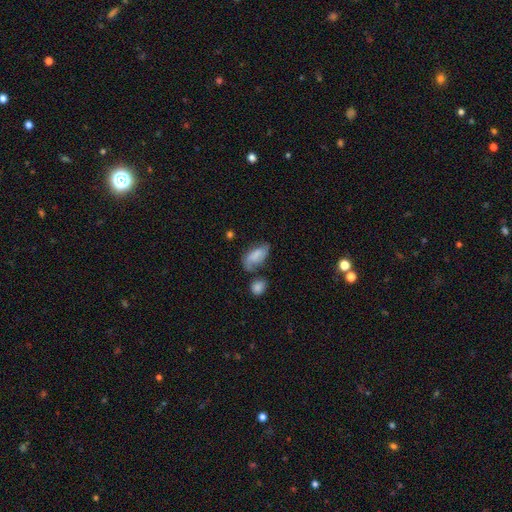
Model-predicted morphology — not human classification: Smooth or featured? Predicted: smooth (p=0.63). How rounded? Predicted: in between (p=0.89). Merging? Predicted: none (p=0.44).